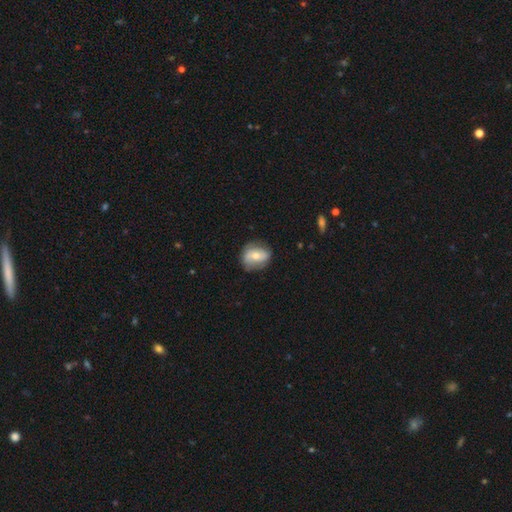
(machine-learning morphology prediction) This is possibly a smooth galaxy (48%). Merging: likely none (71%).